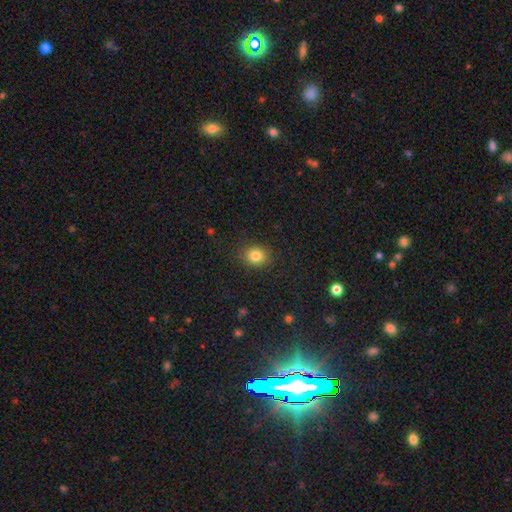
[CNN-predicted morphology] type=smooth (83%); roundness=round (68%); merging=none (87%).